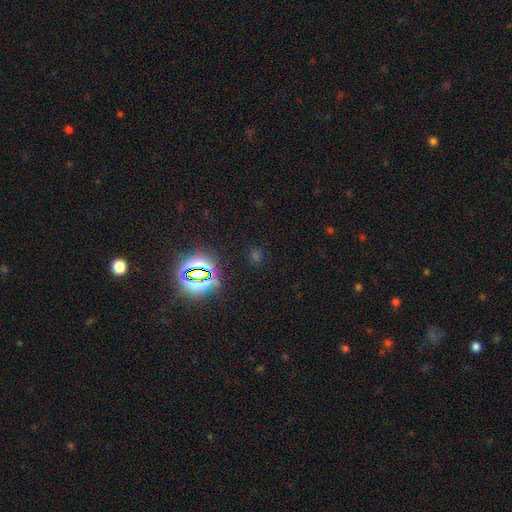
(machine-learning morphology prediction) Smooth or featured? Predicted: star or artifact (p=0.66).